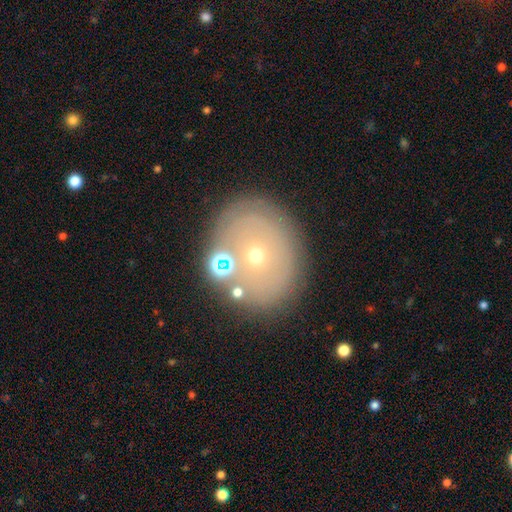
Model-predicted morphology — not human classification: A featured or disk galaxy (43%). Merging: none (74%).